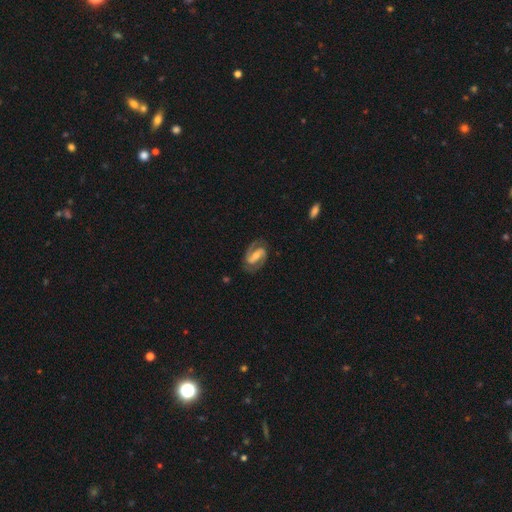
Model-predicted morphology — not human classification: Overall: featured or disk (88%). Edge-on disk: no (97%). Bar: strong (49%; weak 37%). Spiral arms: yes (97%). Spiral arm count: 2 (93%). Spiral winding: medium (55%; tight 31%). Bulge size: moderate (44%; small 42%). Merging: none (82%).